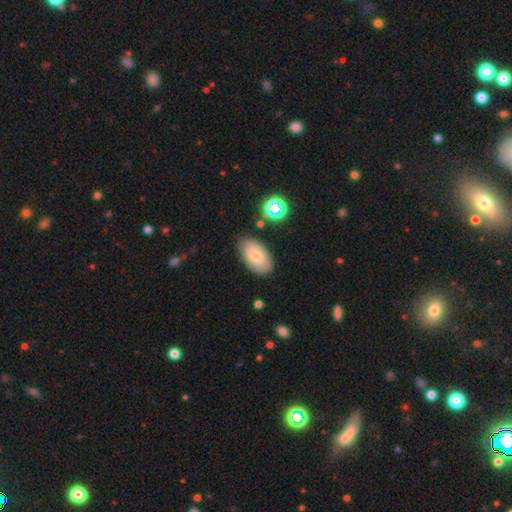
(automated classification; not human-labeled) Smooth or featured: smooth — 74% (featured or disk — 18%)
How rounded: in between — 94% (round — 4%)
Merging: none — 80% (minor disturbance — 14%)